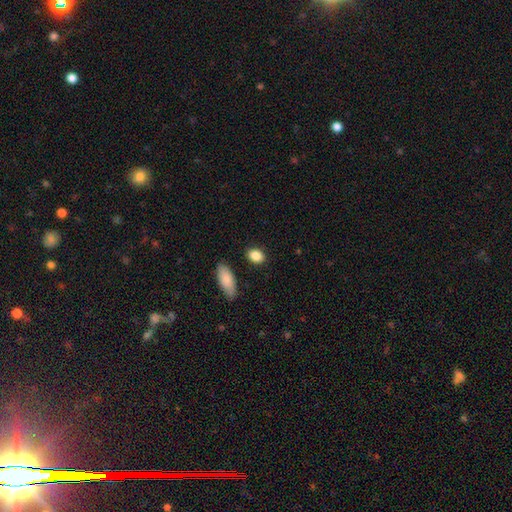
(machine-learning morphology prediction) Overall: smooth (88%). How rounded: in between (74%). Merging: none (86%).